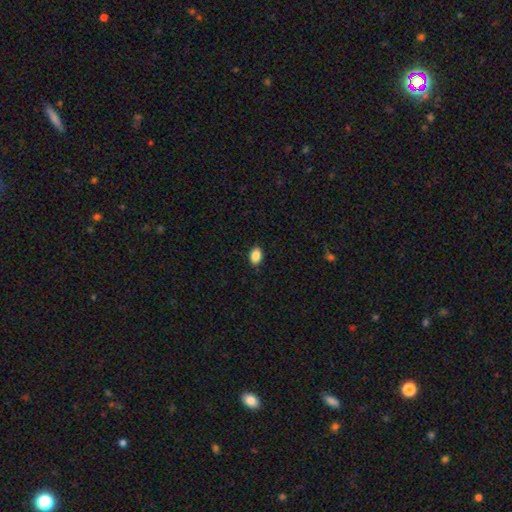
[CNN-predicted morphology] Smooth or featured?
  - smooth: 88% *
  - star or artifact: 8%
  - featured or disk: 4%
How rounded?
  - in between: 83% *
  - round: 16%
  - cigar-shaped: 1%
Merging?
  - none: 88% *
  - minor disturbance: 9%
  - major disturbance: 2%
  - merger: 1%